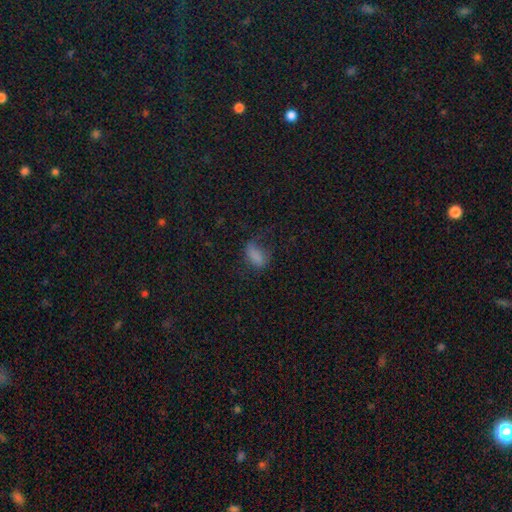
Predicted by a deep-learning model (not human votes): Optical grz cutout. It shows a smooth galaxy with no disk features (68%) that is in between round and cigar-shaped (88%). Merging: none (39%).